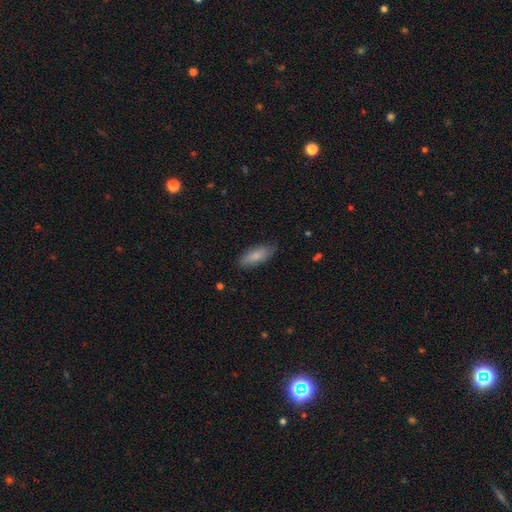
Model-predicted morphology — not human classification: This is clearly a smooth galaxy (82%). How rounded: likely in between (72%). Merging: clearly none (82%).